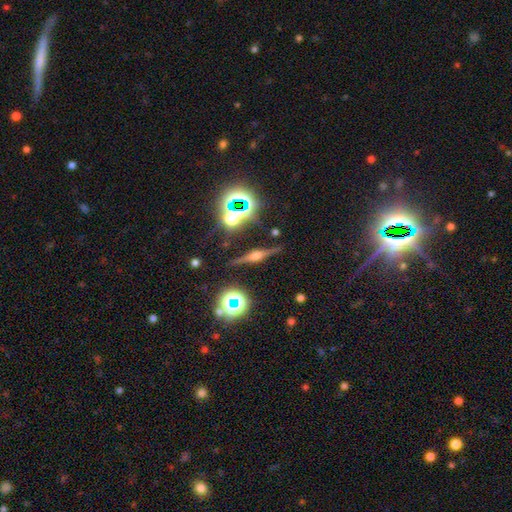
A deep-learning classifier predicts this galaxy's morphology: featured or disk 74%, star or artifact 14%, smooth 12%. Down the decision tree: edge-on disk — yes (95%); edge-on bulge — rounded (85%); merging — none (84%).